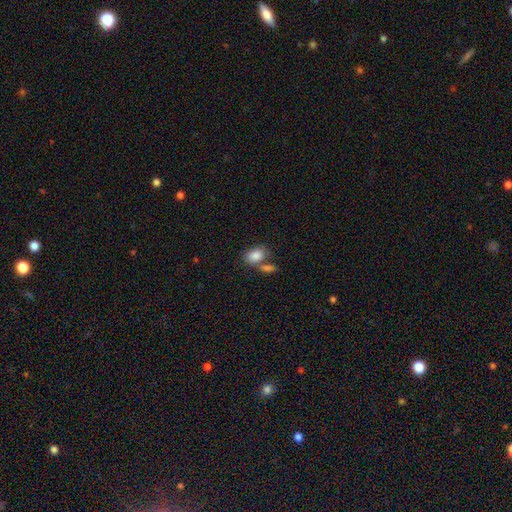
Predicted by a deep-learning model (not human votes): A smooth galaxy with no disk features (85%) that is in between round and cigar-shaped (84%).

Vote fractions:
- Smooth or featured? smooth: 85% / star or artifact: 8% / featured or disk: 8%
- How rounded? in between: 84% / round: 15% / cigar-shaped: 1%
- Merging? none: 47% / merger: 36% / minor disturbance: 12% / major disturbance: 5%